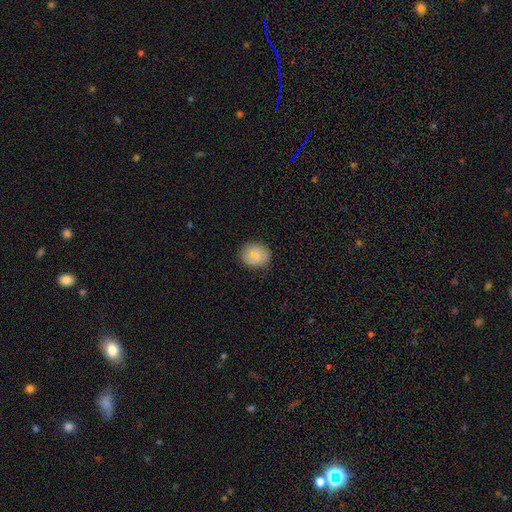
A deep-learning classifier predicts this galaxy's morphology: Overall: smooth (65%; featured or disk 27%). How rounded: round (70%). Merging: none (79%).